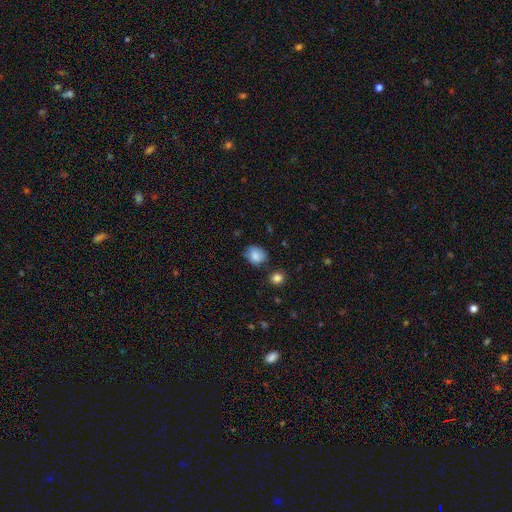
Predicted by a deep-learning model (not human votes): Overall: smooth (84%). How rounded: round (56%; in between 43%). Merging: none (71%).